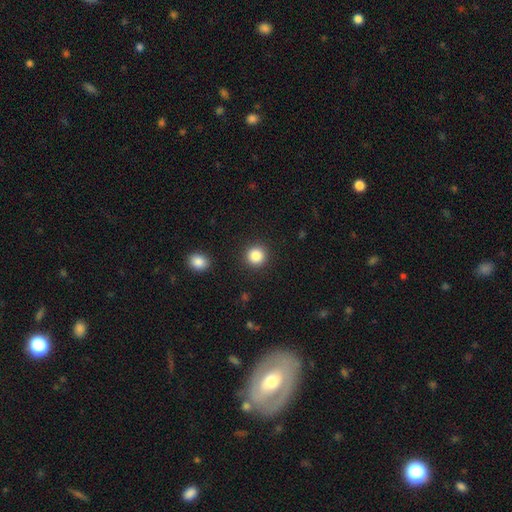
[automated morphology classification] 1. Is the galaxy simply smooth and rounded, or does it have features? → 86% smooth, 10% star or artifact, 4% featured or disk.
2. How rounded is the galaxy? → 94% round, 5% in between, 1% cigar-shaped.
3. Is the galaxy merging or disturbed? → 91% none, 5% minor disturbance, 2% major disturbance, 1% merger.